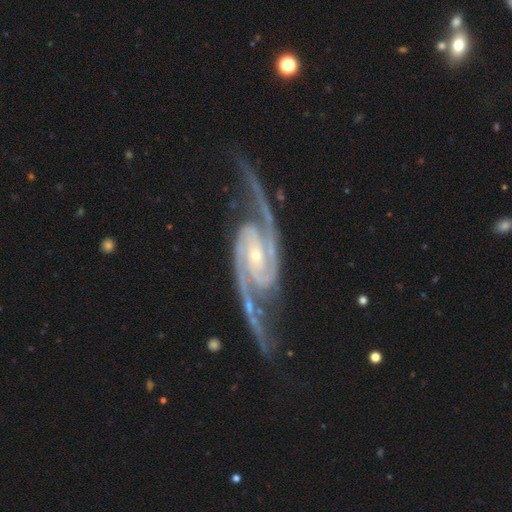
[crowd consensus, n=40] A featured or disk galaxy (98%) with a weak bar (42%), 2 (100%) loose (37%) spiral arms (97%) and a small central bulge (89%).

Vote fractions:
- Smooth or featured? featured or disk: 98% / star or artifact: 2% / smooth: 0%
- Edge-on disk? no: 92% / yes: 8%
- Bar? weak: 42% / strong: 39% / no: 19%
- Spiral arms? yes: 97% / no: 3%
- Spiral winding? loose: 37% / medium: 34% / tight: 29%
- Spiral arm count? 2: 100% / 1: 0% / 3: 0% / 4: 0% / more than 4: 0% / can't tell: 0%
- Bulge size? small: 89% / moderate: 11% / dominant: 0% / large: 0% / none: 0%
- Merging? none: 82% / minor disturbance: 8% / major disturbance: 5% / merger: 5%